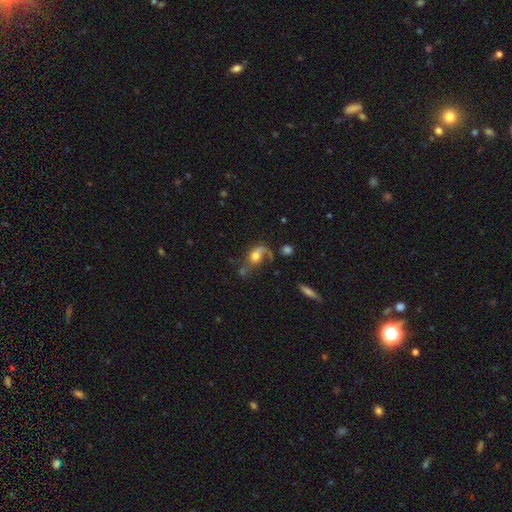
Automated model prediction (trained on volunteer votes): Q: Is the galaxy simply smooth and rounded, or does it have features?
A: smooth — 46%.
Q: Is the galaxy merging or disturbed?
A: none — 34%.